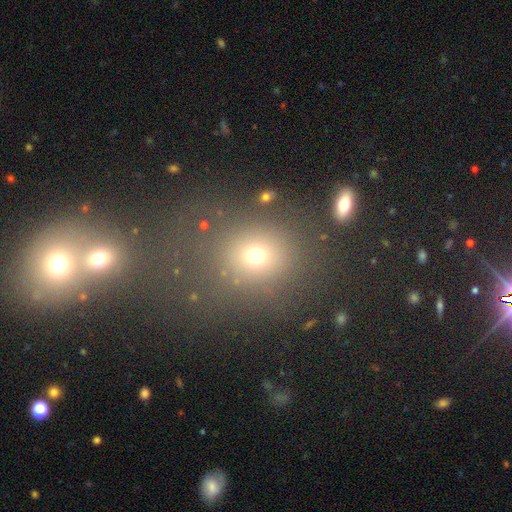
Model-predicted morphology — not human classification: This appears to be a smooth galaxy with no disk features (64%) that is round (68%). Merging: none (62%).